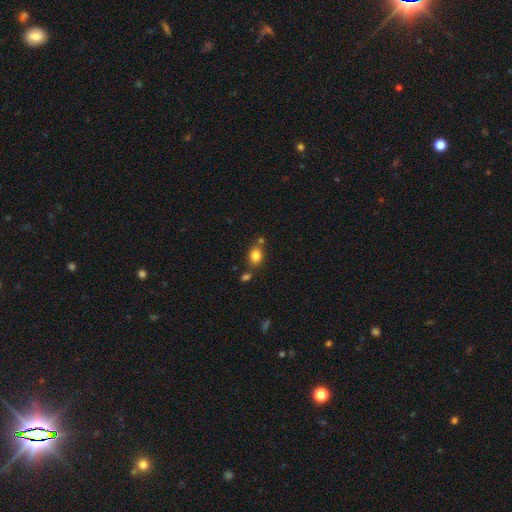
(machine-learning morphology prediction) smooth 82%, star or artifact 11%, featured or disk 7%. Down the decision tree: how rounded — in between (58%); merging — none (69%).